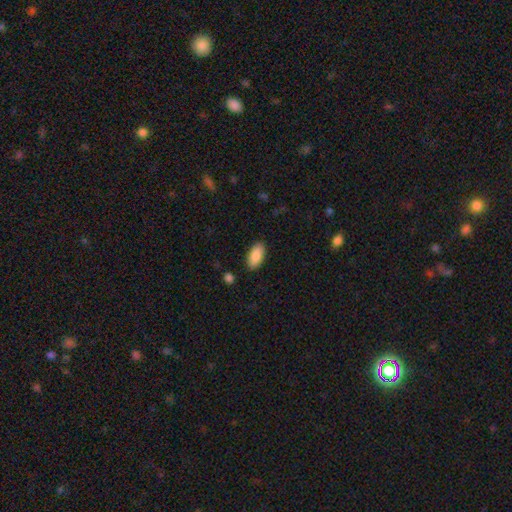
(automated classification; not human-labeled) Overall: smooth (88%). How rounded: in between (93%). Merging: none (88%).